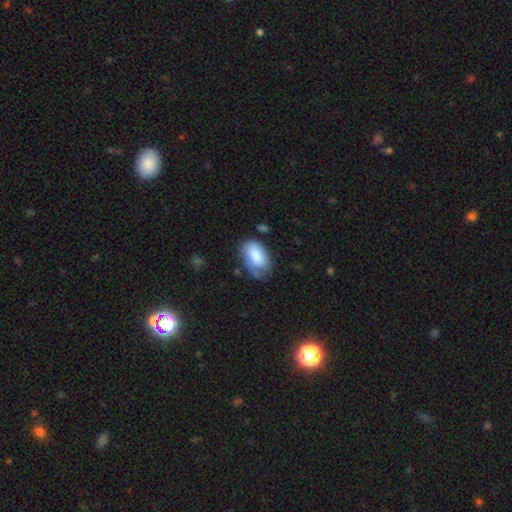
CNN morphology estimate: This appears to be a smooth galaxy with no disk features (81%) that is in between round and cigar-shaped (93%). Merging: none (52%).